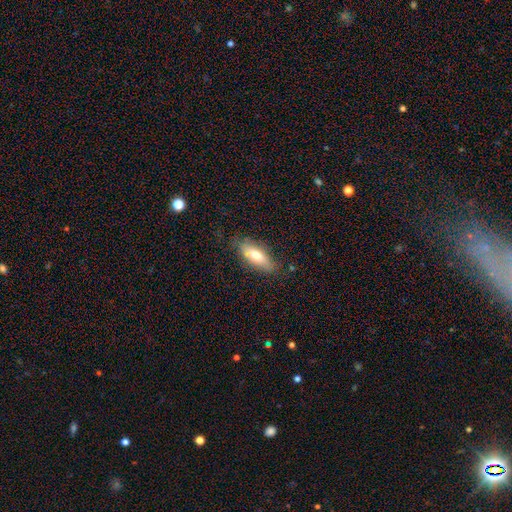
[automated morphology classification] Smooth or featured?
  - smooth: 65% *
  - featured or disk: 28%
  - star or artifact: 7%
How rounded?
  - in between: 71% *
  - cigar-shaped: 26%
  - round: 3%
Merging?
  - none: 74% *
  - minor disturbance: 19%
  - major disturbance: 5%
  - merger: 1%